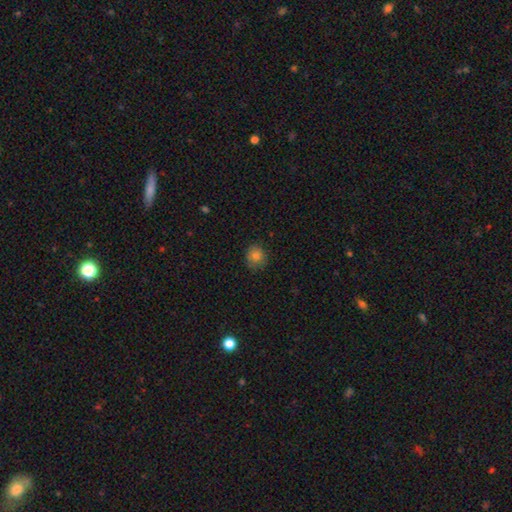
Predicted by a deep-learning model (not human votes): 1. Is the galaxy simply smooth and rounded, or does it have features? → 80% smooth, 11% star or artifact, 9% featured or disk.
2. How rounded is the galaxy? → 80% round, 19% in between, 1% cigar-shaped.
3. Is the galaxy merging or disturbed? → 81% none, 15% minor disturbance, 3% major disturbance, 1% merger.